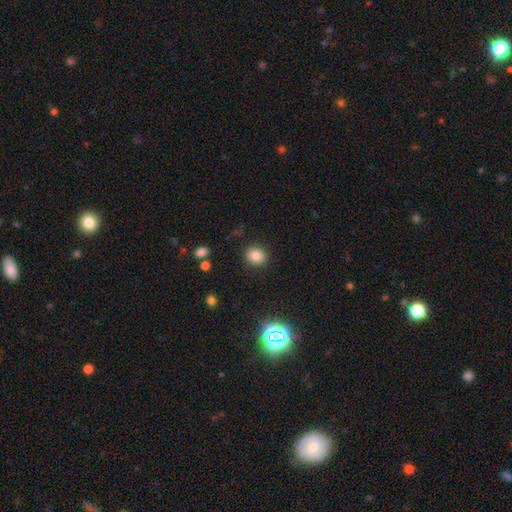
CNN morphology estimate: The model was most divided on "how rounded": round: 80%, in between: 19%, cigar-shaped: 1%. More confident: merging — none (88%); smooth or featured — smooth (82%).